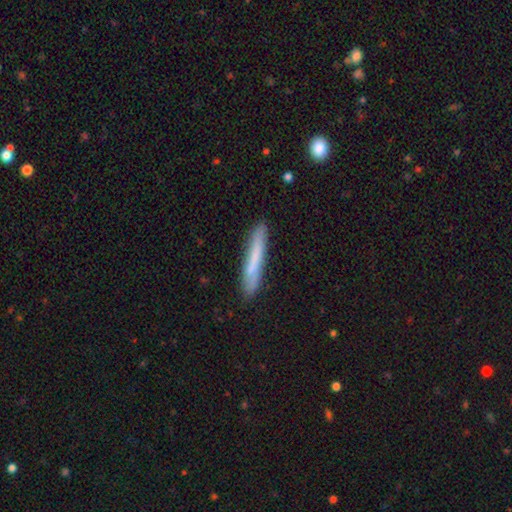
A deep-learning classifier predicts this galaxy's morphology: A smooth galaxy with no disk features (68%) that is cigar-shaped (95%). Merging: none (85%).